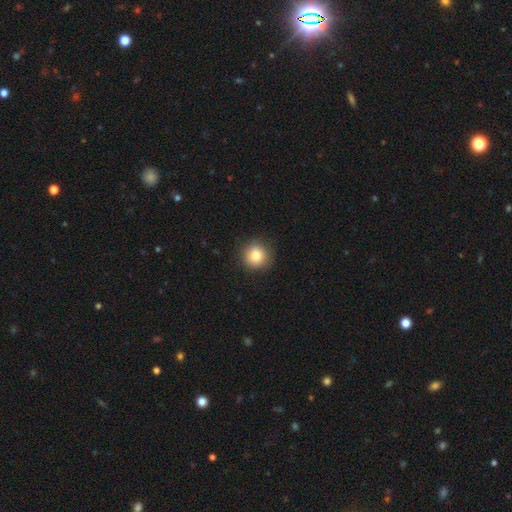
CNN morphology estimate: Smooth or featured? smooth (81%)
How rounded? round (92%)
Merging? none (88%)